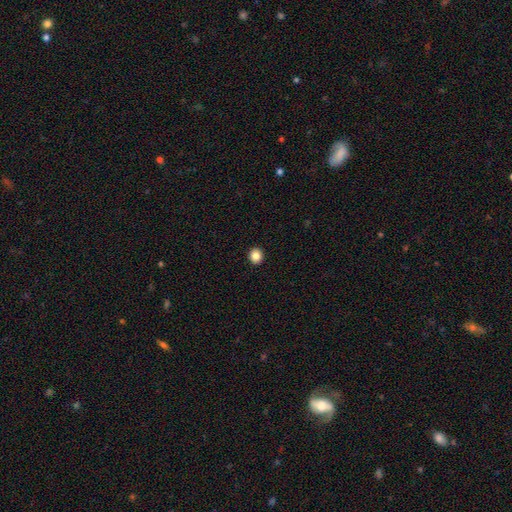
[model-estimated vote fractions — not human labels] Morphology: type=smooth (86%); roundness=round (83%); merging=none (93%).